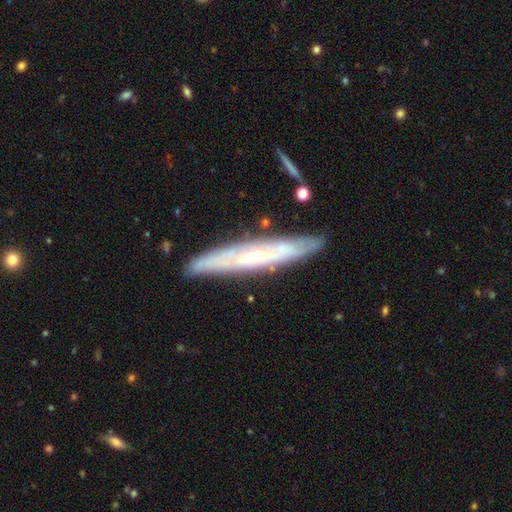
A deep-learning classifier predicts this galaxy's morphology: This is likely a featured or disk galaxy (69%). It is likely viewed edge-on (71%). Merging: clearly none (84%).